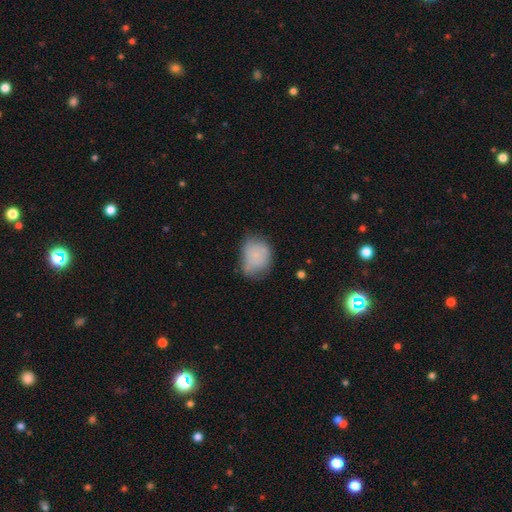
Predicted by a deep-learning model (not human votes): A smooth galaxy with no disk features (70%) that is in between round and cigar-shaped (53%). Merging: none (43%).